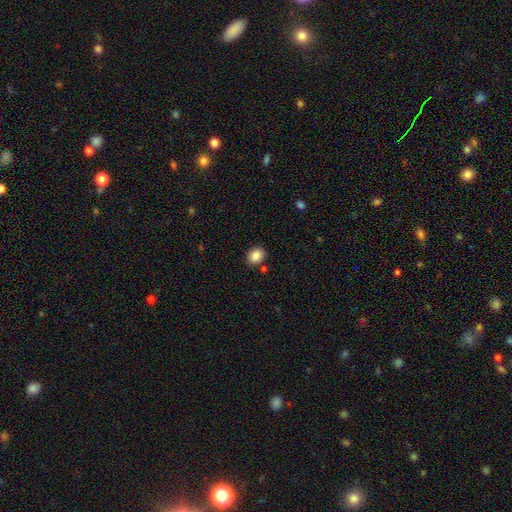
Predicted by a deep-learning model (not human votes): Smooth or featured: smooth — 86% (star or artifact — 9%)
How rounded: round — 56% (in between — 43%)
Merging: none — 85% (minor disturbance — 9%)